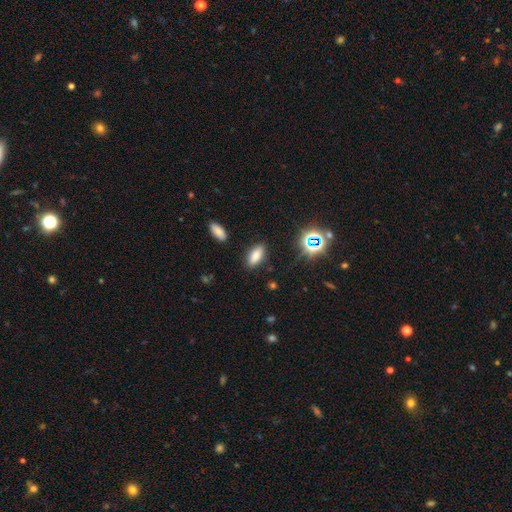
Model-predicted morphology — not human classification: type=smooth (79%); roundness=in between (83%); merging=none (86%).